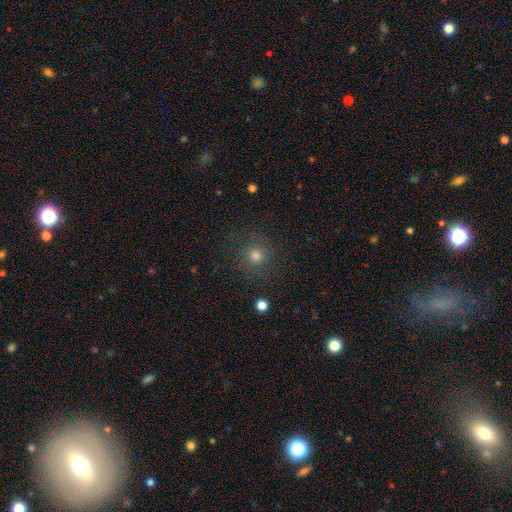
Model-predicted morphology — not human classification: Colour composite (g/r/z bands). It shows a smooth galaxy with no disk features (73%) that is round (93%). Merging: none (86%).